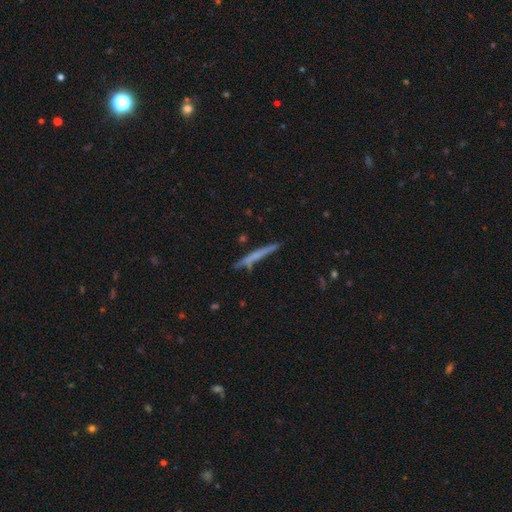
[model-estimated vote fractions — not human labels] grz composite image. It shows a smooth galaxy with no disk features (51%) that is cigar-shaped (96%). Merging: none (81%).